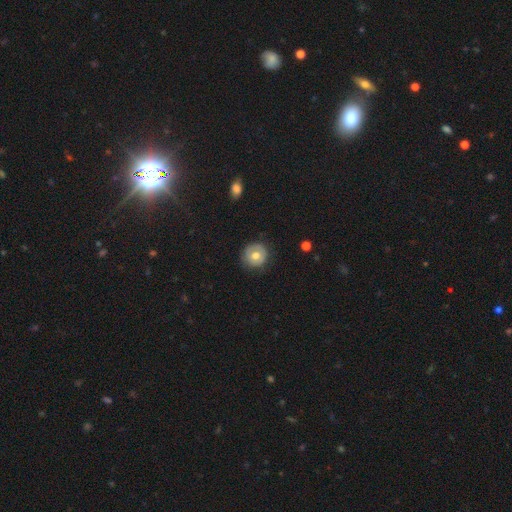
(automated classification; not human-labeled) This appears to be a smooth galaxy with no disk features (63%) that is round (89%). Merging: none (82%).